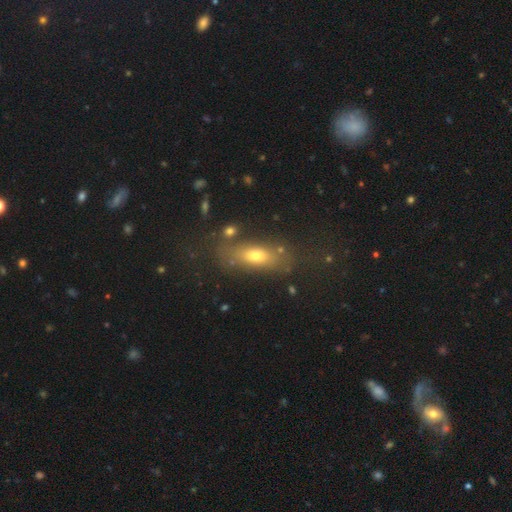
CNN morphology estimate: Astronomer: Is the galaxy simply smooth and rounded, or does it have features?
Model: smooth — 63%.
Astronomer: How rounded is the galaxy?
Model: in between — 66%.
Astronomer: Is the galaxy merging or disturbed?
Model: none — 69%.